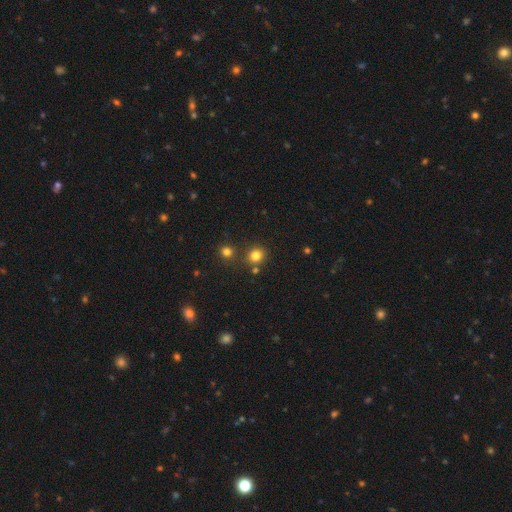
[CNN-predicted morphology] type=smooth (80%); roundness=round (85%); merging=none (78%).